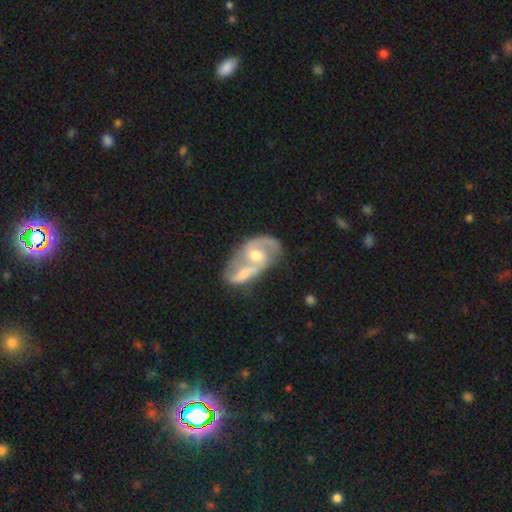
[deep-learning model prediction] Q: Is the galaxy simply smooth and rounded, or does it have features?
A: featured or disk — 73%.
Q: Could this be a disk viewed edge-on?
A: no — 96%.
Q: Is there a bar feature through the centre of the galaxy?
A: no — 52%.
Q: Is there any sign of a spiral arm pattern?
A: yes — 80%.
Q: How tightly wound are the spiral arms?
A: medium — 46%.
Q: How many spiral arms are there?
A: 2 — 71%.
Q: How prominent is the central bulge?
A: moderate — 69%.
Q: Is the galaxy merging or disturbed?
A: merger — 74%.